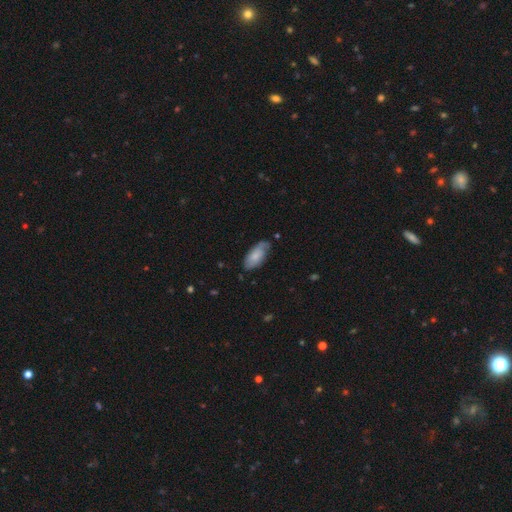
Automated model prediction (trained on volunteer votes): smooth_or_featured: smooth (p=0.63) [alt: featured or disk p=0.31]
how_rounded: in between (p=0.90) [alt: cigar-shaped p=0.08]
merging: none (p=0.61) [alt: minor disturbance p=0.30]